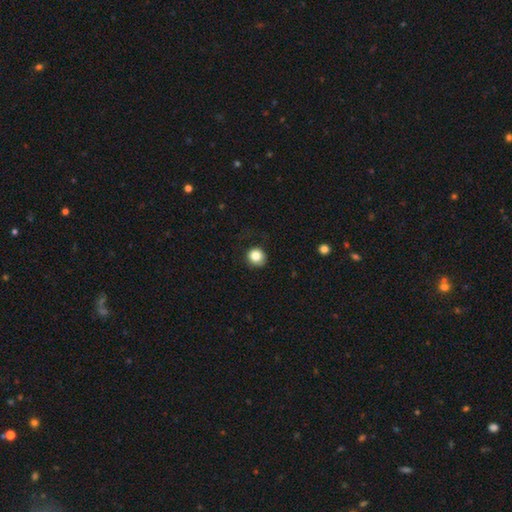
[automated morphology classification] type=smooth (84%); roundness=round (89%); merging=none (79%).